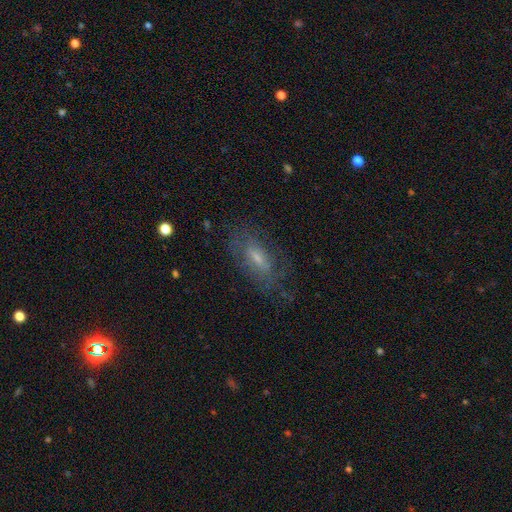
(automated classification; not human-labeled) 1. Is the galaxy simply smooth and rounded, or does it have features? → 51% featured or disk, 36% smooth, 13% star or artifact.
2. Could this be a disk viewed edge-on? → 83% no, 17% yes.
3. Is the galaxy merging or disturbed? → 71% none, 18% minor disturbance, 10% major disturbance, 1% merger.